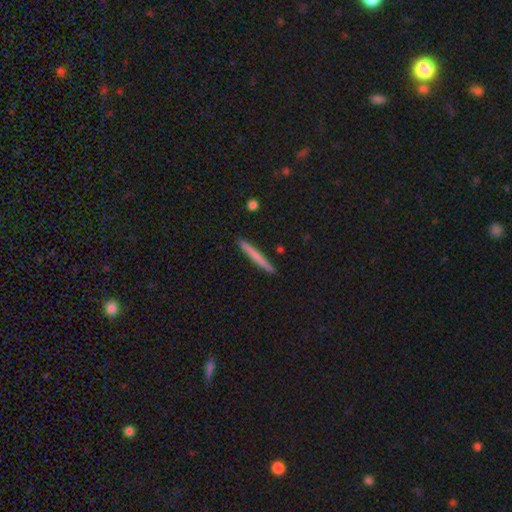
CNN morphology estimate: Smooth or featured?
  - smooth: 69% *
  - featured or disk: 25%
  - star or artifact: 6%
How rounded?
  - cigar-shaped: 97% *
  - in between: 2%
  - round: 1%
Merging?
  - none: 91% *
  - minor disturbance: 6%
  - merger: 1%
  - major disturbance: 1%